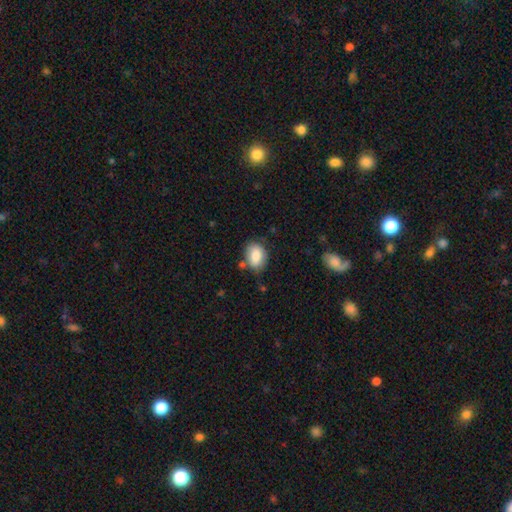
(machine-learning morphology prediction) Smooth or featured? smooth (83%)
How rounded? in between (80%)
Merging? none (71%)